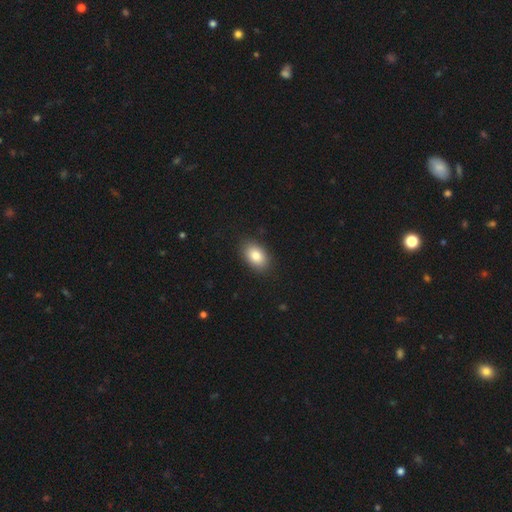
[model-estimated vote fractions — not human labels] Q: Smooth or featured?
A: smooth (84%); runner-up: featured or disk (9%)
Q: How rounded?
A: in between (89%); runner-up: round (10%)
Q: Merging?
A: none (88%); runner-up: minor disturbance (9%)